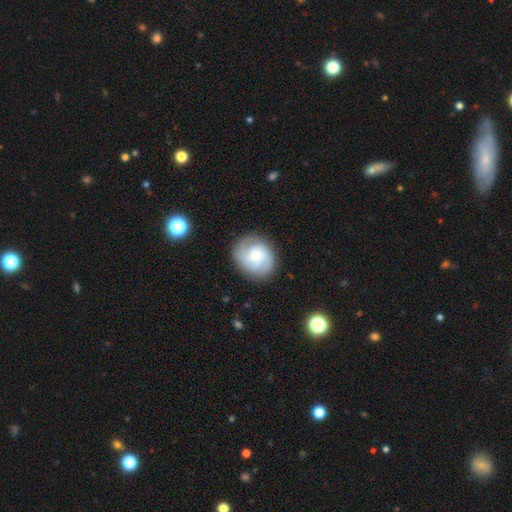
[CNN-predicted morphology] smooth-or-featured: featured or disk: 51% | smooth: 42% | star or artifact: 8%
  disk-edge-on: no: 97% | yes: 3%
  merging: none: 79% | minor disturbance: 15% | major disturbance: 5% | merger: 2%